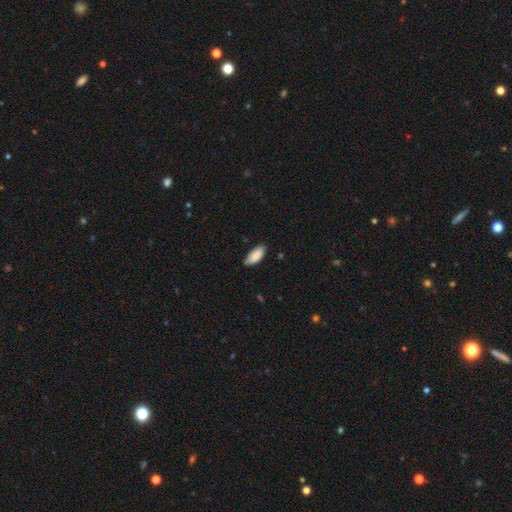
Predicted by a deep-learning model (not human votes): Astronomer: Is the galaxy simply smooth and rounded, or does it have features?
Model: smooth — 88%.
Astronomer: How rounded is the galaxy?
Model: in between — 88%.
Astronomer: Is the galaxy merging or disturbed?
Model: none — 75%.